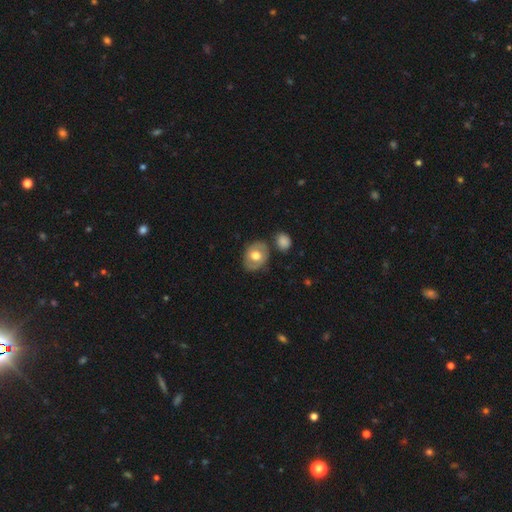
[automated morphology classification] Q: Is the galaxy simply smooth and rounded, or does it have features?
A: smooth — 56%.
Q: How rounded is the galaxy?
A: in between — 53%.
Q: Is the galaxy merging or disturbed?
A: none — 75%.